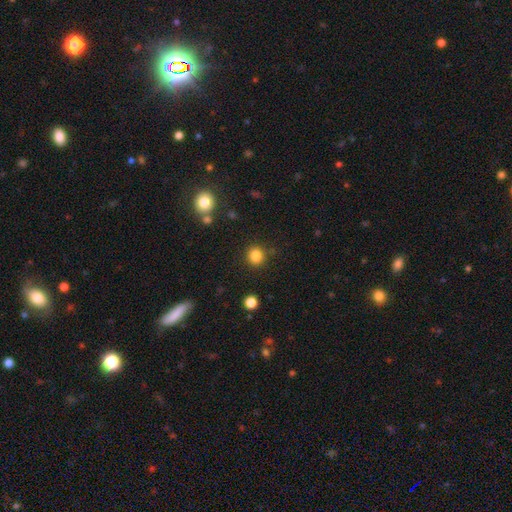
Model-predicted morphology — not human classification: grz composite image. It shows a smooth galaxy with no disk features (84%) that is round (88%). Merging: none (88%).